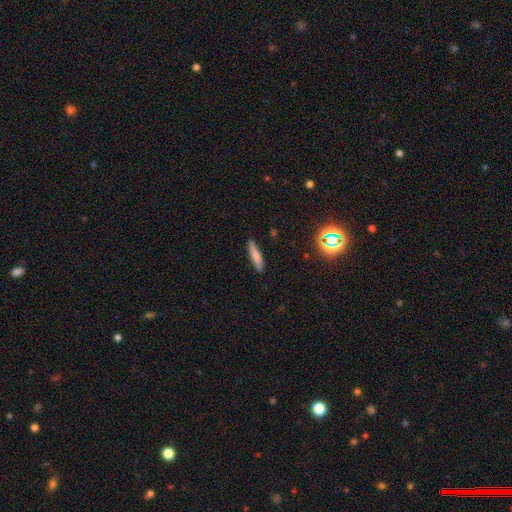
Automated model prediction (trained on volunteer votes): Q: Smooth or featured?
A: smooth (72%); runner-up: featured or disk (18%)
Q: How rounded?
A: cigar-shaped (87%); runner-up: in between (11%)
Q: Merging?
A: none (88%); runner-up: minor disturbance (9%)